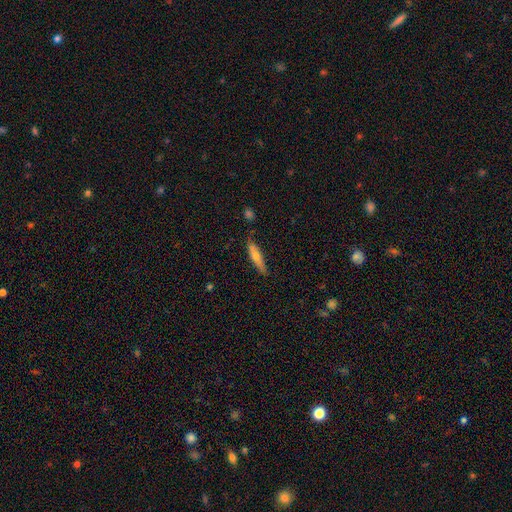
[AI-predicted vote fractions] Smooth or featured? Predicted: smooth (p=0.53). How rounded? Predicted: cigar-shaped (p=0.81). Merging? Predicted: none (p=0.79).